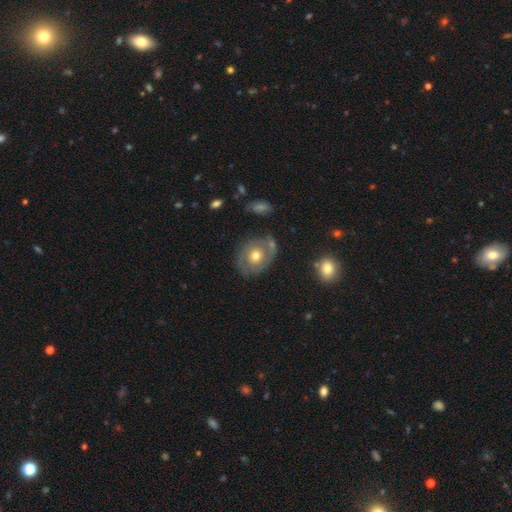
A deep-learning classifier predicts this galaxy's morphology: This appears to be a featured or disk galaxy (58%) with no bar (85%), spiral arms (56%) and a moderate central bulge (75%). Merging: none (67%).